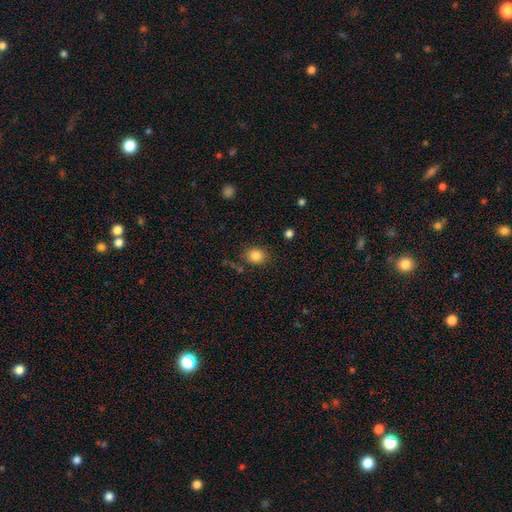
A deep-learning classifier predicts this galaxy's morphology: smooth 84%, star or artifact 10%, featured or disk 6%. Down the decision tree: how rounded — round (69%); merging — none (81%).